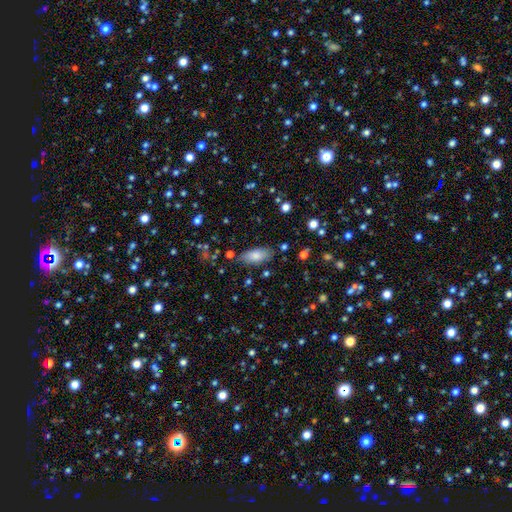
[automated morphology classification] Overall: smooth (81%). How rounded: in between (86%). Merging: none (80%).